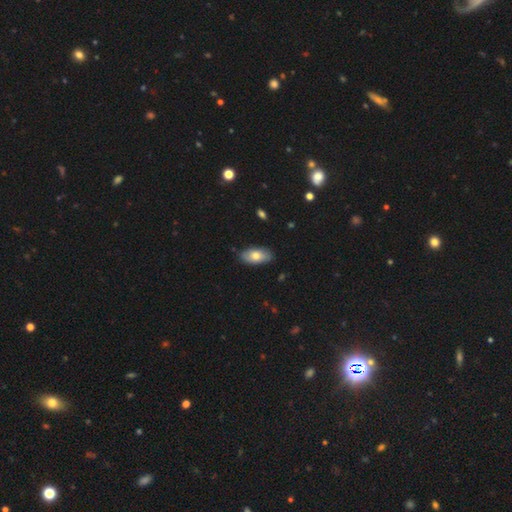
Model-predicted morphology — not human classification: type=smooth (72%); roundness=in between (92%); merging=none (84%).